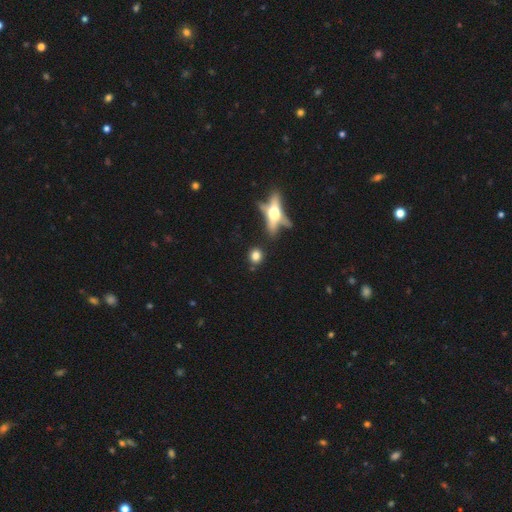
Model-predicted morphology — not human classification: Smooth or featured?
  - smooth: 77% *
  - featured or disk: 12%
  - star or artifact: 11%
How rounded?
  - round: 80% *
  - in between: 16%
  - cigar-shaped: 4%
Merging?
  - none: 79% *
  - minor disturbance: 10%
  - merger: 7%
  - major disturbance: 4%